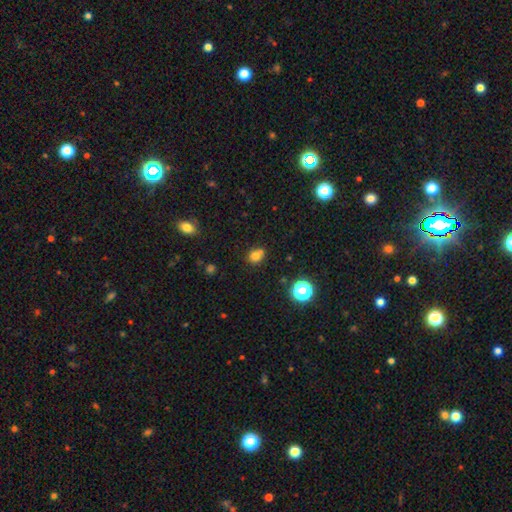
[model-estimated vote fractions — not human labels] smooth 75%, star or artifact 16%, featured or disk 9%. Down the decision tree: how rounded — round (75%); merging — none (56%).